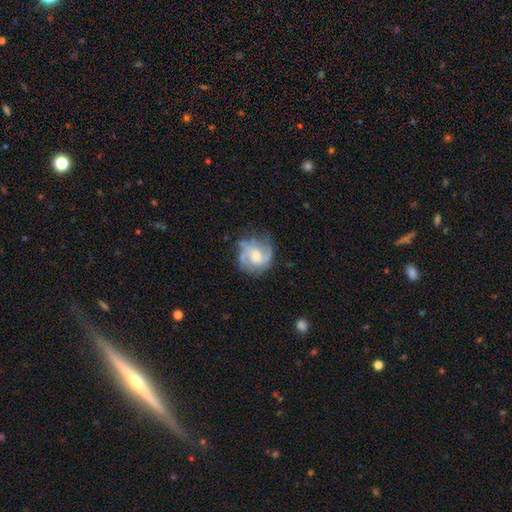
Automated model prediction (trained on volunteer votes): Overall: featured or disk (67%). Edge-on disk: no (98%). Bar: no (54%; weak 39%). Spiral arms: yes (84%). Spiral arm count: 2 (58%; can't tell 20%). Spiral winding: medium (47%; loose 27%). Bulge size: moderate (53%; small 31%). Merging: none (58%; minor disturbance 25%).